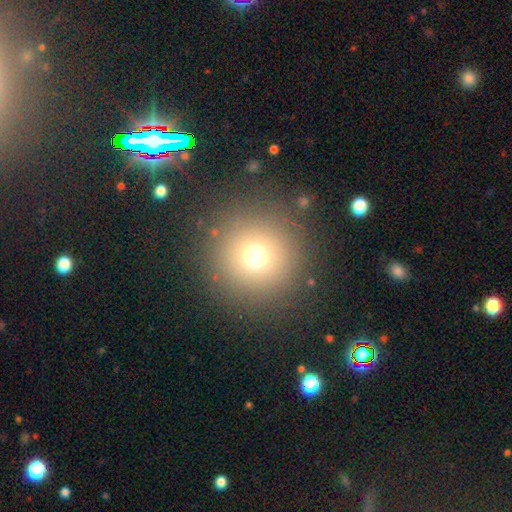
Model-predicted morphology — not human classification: Smooth or featured? smooth (70%)
How rounded? round (96%)
Merging? none (88%)